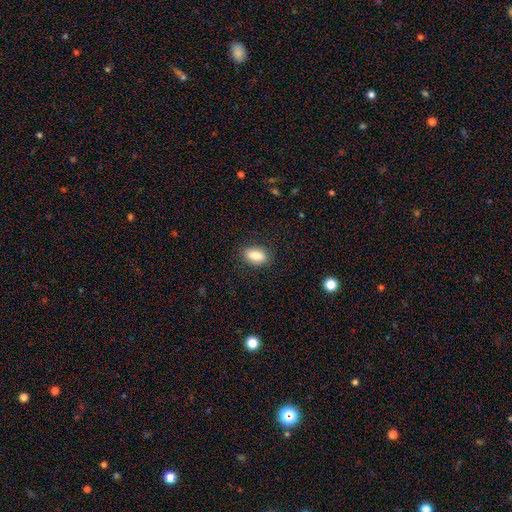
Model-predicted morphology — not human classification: This is clearly a smooth galaxy (84%). How rounded: clearly in between (88%). Merging: clearly none (87%).